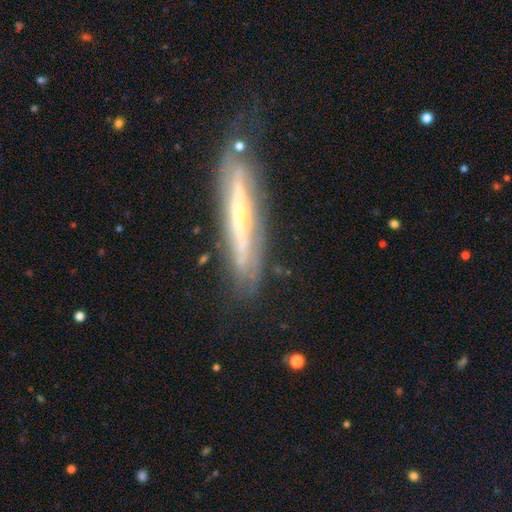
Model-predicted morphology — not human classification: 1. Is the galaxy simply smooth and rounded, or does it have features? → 78% featured or disk, 15% smooth, 6% star or artifact.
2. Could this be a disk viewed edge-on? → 64% yes, 36% no.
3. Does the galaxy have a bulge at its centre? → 70% rounded, 27% none, 3% boxy.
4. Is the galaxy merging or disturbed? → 72% none, 19% minor disturbance, 7% major disturbance, 3% merger.